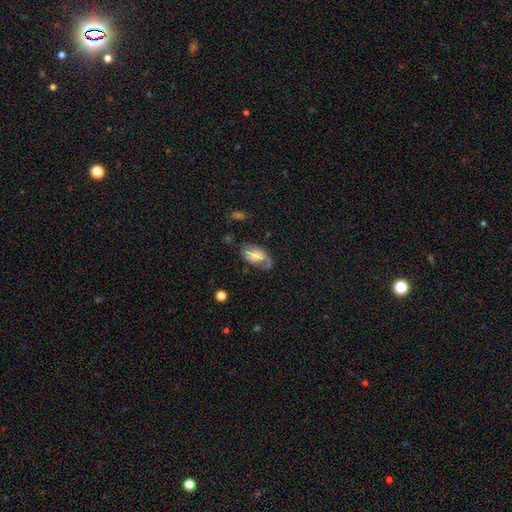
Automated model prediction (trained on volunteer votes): A featured or disk galaxy (57%) with no bar (55%), spiral arms (86%) and a small central bulge (40%).

Vote fractions:
- Smooth or featured? featured or disk: 57% / smooth: 36% / star or artifact: 7%
- Edge-on disk? no: 95% / yes: 5%
- Bar? no: 55% / weak: 35% / strong: 9%
- Spiral arms? yes: 86% / no: 14%
- Bulge size? small: 40% / moderate: 38% / large: 10% / none: 9% / dominant: 2%
- Merging? none: 54% / minor disturbance: 27% / major disturbance: 17% / merger: 3%